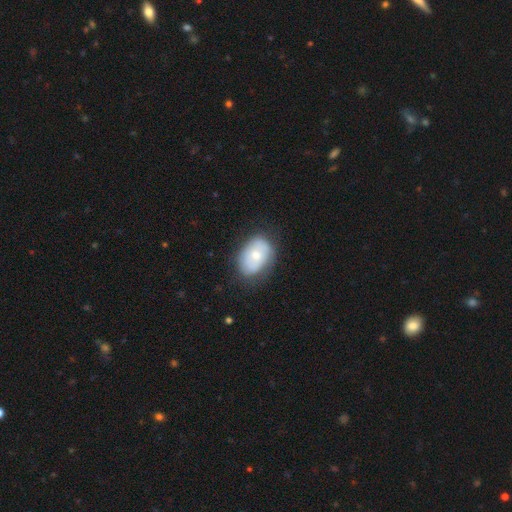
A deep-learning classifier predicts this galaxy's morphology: smooth_or_featured: smooth (p=0.64) [alt: featured or disk p=0.30]
how_rounded: in between (p=0.79) [alt: round p=0.20]
merging: none (p=0.70) [alt: minor disturbance p=0.22]